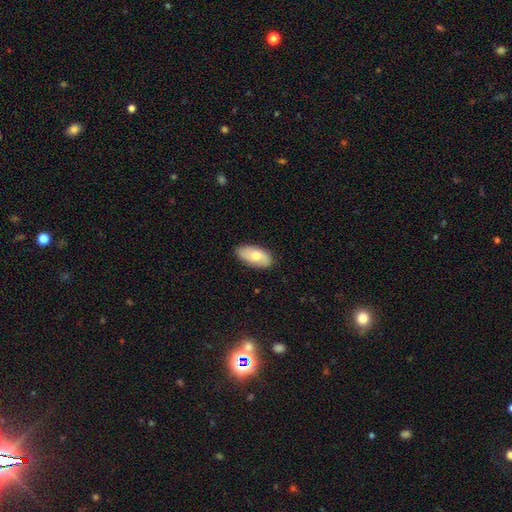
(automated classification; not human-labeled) A smooth galaxy with no disk features (67%) that is in between round and cigar-shaped (93%). Merging: none (83%).